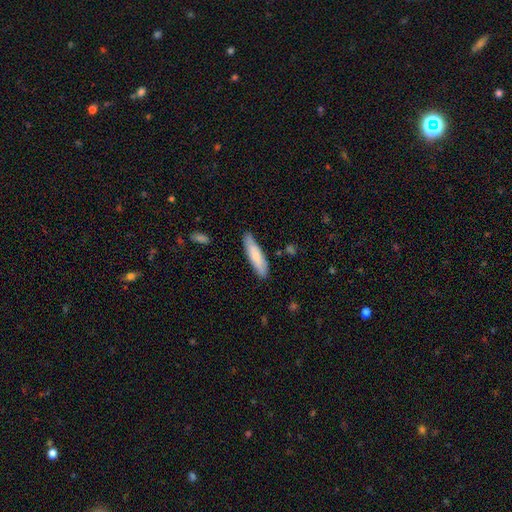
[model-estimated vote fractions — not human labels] Q: Smooth or featured?
A: smooth (73%); runner-up: featured or disk (22%)
Q: How rounded?
A: cigar-shaped (72%); runner-up: in between (26%)
Q: Merging?
A: none (82%); runner-up: minor disturbance (14%)